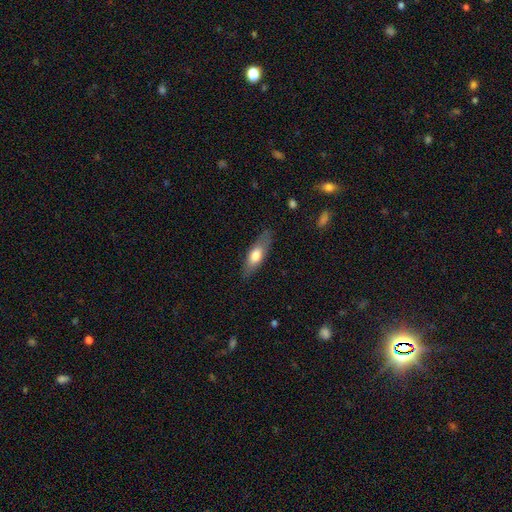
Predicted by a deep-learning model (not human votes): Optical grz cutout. It shows a smooth galaxy with no disk features (65%) that is in between round and cigar-shaped (55%). Merging: none (81%).